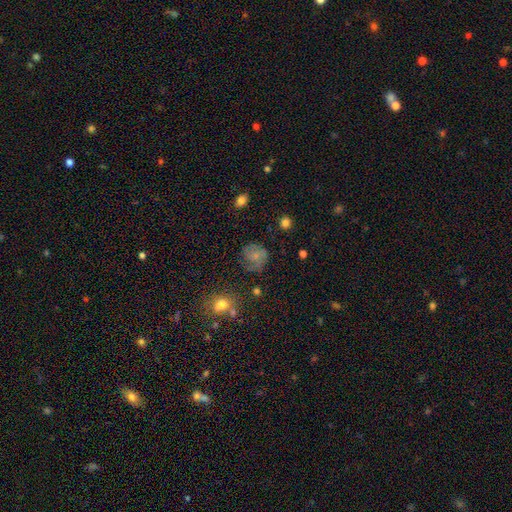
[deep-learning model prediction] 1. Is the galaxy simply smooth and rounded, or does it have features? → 60% smooth, 28% featured or disk, 12% star or artifact.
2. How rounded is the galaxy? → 77% round, 22% in between, 1% cigar-shaped.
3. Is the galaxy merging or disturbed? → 61% none, 23% minor disturbance, 13% major disturbance, 3% merger.